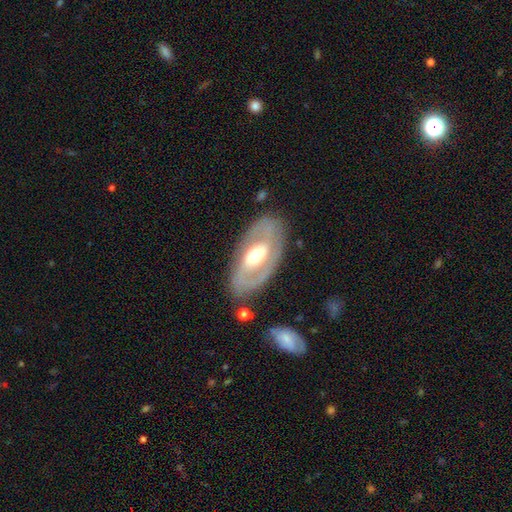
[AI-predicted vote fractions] Smooth or featured?
  - featured or disk: 75% *
  - smooth: 20%
  - star or artifact: 5%
Edge-on disk?
  - no: 92% *
  - yes: 8%
Bar?
  - no: 43% *
  - weak: 36%
  - strong: 21%
Spiral arms?
  - yes: 66% *
  - no: 34%
Bulge size?
  - moderate: 67% *
  - large: 15%
  - small: 15%
  - dominant: 2%
  - none: 1%
Merging?
  - none: 79% *
  - minor disturbance: 13%
  - major disturbance: 6%
  - merger: 2%